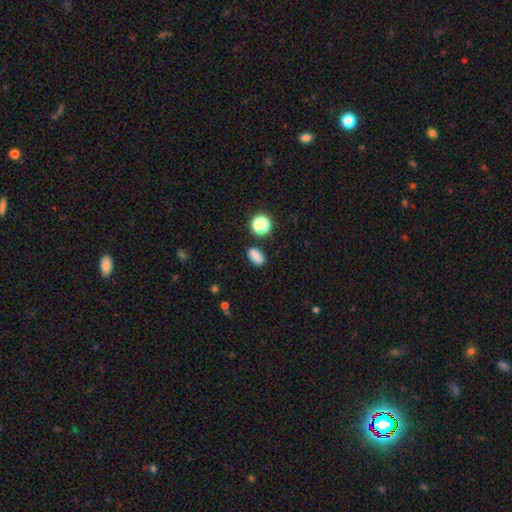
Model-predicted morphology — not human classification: type=smooth (80%); roundness=in between (82%); merging=none (83%).